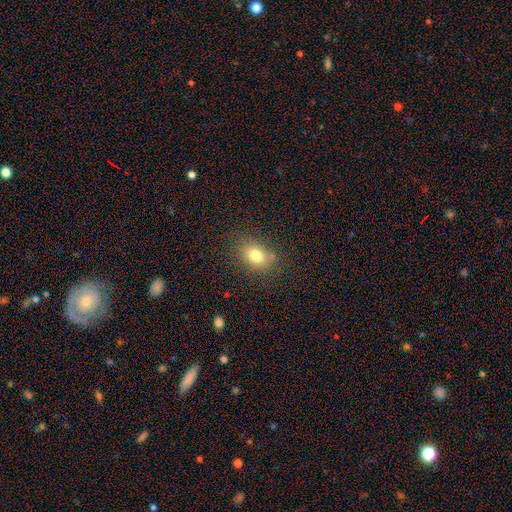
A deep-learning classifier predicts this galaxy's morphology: This appears to be a smooth galaxy with no disk features (77%) that is in between round and cigar-shaped (68%). Merging: none (78%).